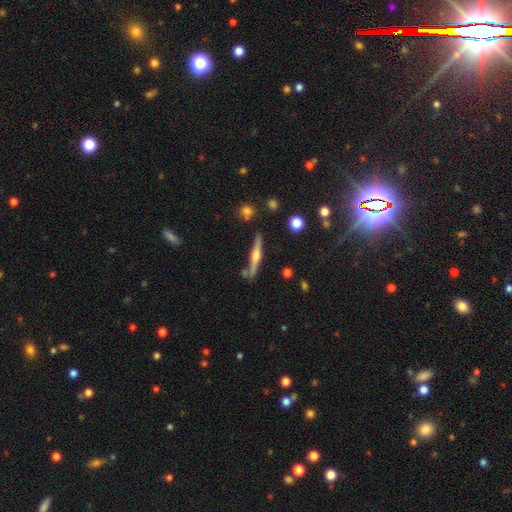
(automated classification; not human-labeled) smooth_or_featured: featured or disk (p=0.71) [alt: smooth p=0.23]
disk_edge_on: yes (p=0.97) [alt: no p=0.03]
edge_on_bulge: rounded (p=0.90) [alt: boxy p=0.06]
merging: none (p=0.78) [alt: minor disturbance p=0.12]